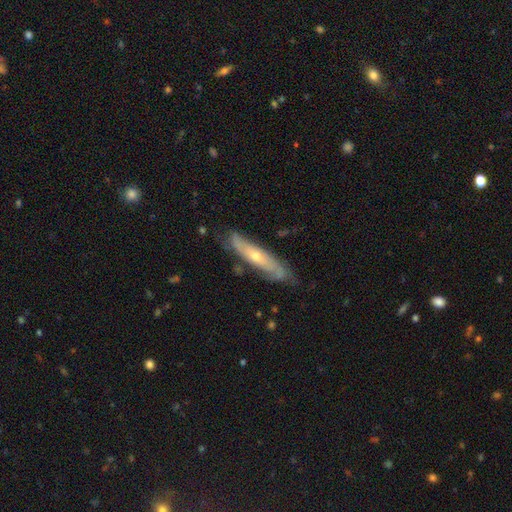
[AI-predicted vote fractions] This appears to be a featured or disk galaxy (70%) with not edge-on (50%, tied with yes). Merging: none (75%).